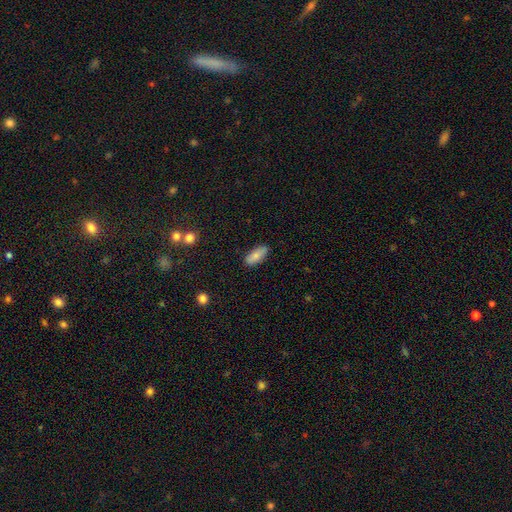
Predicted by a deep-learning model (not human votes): Morphology: type=smooth (81%); roundness=in between (83%); merging=none (86%).